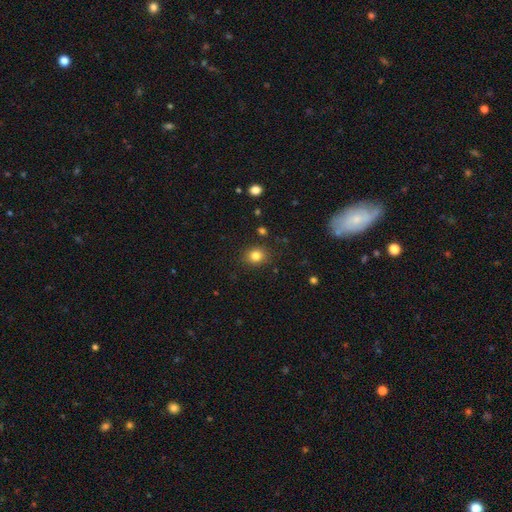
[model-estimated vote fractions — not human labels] Q: Smooth or featured?
A: smooth (82%); runner-up: star or artifact (12%)
Q: How rounded?
A: round (71%); runner-up: in between (28%)
Q: Merging?
A: none (87%); runner-up: minor disturbance (9%)